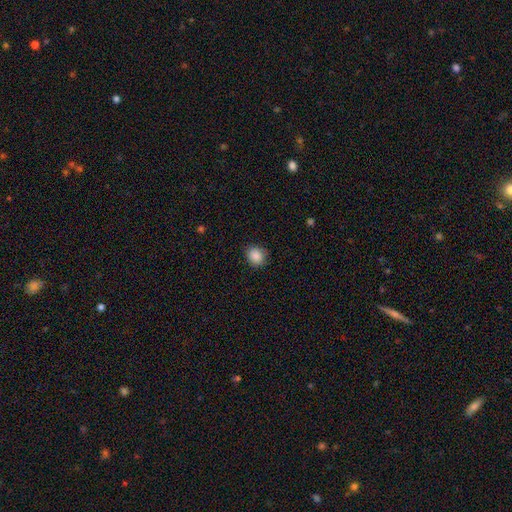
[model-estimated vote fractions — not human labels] Smooth or featured? Predicted: smooth (p=0.88). How rounded? Predicted: round (p=0.67). Merging? Predicted: none (p=0.84).